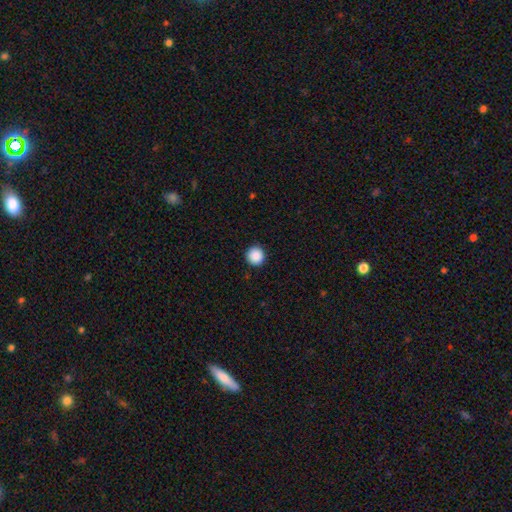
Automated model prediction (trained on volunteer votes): Smooth or featured? Predicted: smooth (p=0.89). How rounded? Predicted: round (p=0.96). Merging? Predicted: none (p=0.93).